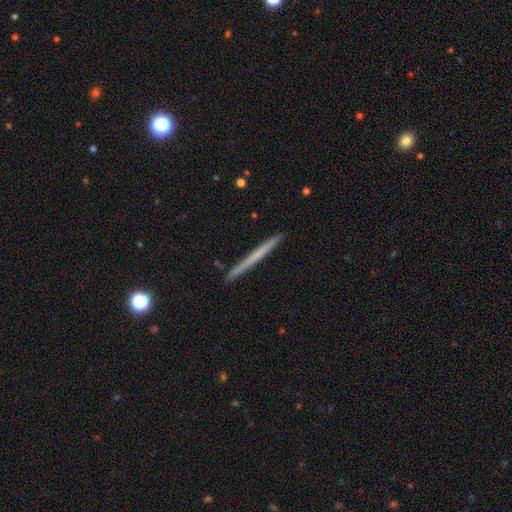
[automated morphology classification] Smooth or featured: smooth — 50% (featured or disk — 44%)
How rounded: cigar-shaped — 97% (in between — 1%)
Merging: none — 92% (minor disturbance — 6%)